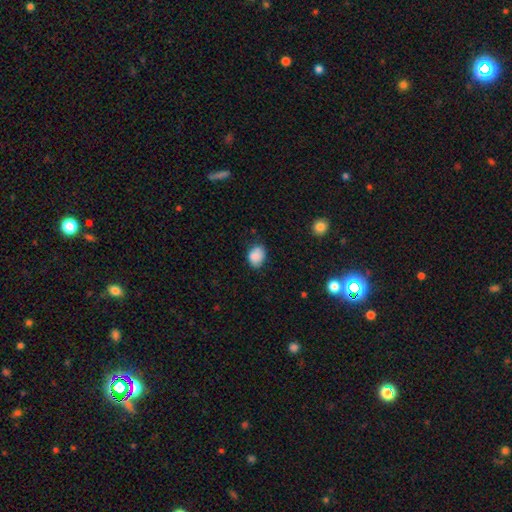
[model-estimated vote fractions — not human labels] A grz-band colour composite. It shows a smooth galaxy with no disk features (85%) that is in between round and cigar-shaped (64%). Merging: none (69%).